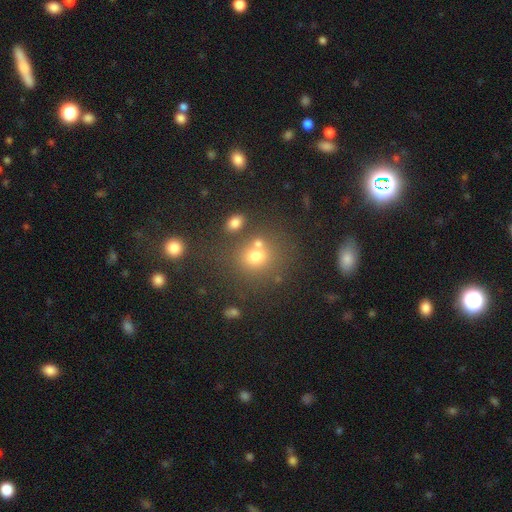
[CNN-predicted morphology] A smooth galaxy with no disk features (69%) that is round (78%). Merging: none (60%).